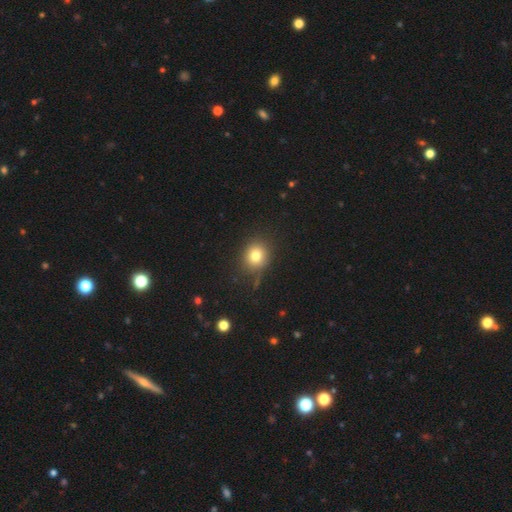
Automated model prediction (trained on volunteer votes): The model was most divided on "smooth or featured": smooth: 78%, star or artifact: 13%, featured or disk: 9%. More confident: how rounded — round (83%); merging — none (81%).